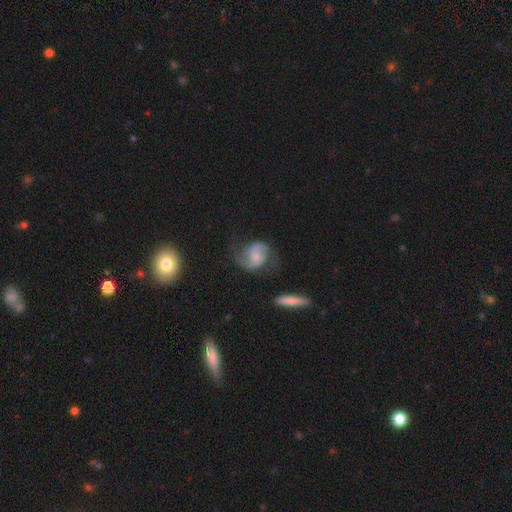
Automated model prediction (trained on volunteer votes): Q: Smooth or featured?
A: featured or disk (80%); runner-up: smooth (14%)
Q: Edge-on disk?
A: no (97%); runner-up: yes (3%)
Q: Bar?
A: no (57%); runner-up: weak (35%)
Q: Spiral arms?
A: yes (96%); runner-up: no (4%)
Q: Spiral winding?
A: medium (49%); runner-up: loose (36%)
Q: Spiral arm count?
A: 2 (91%); runner-up: can't tell (3%)
Q: Bulge size?
A: small (46%); runner-up: moderate (28%)
Q: Merging?
A: none (65%); runner-up: minor disturbance (20%)